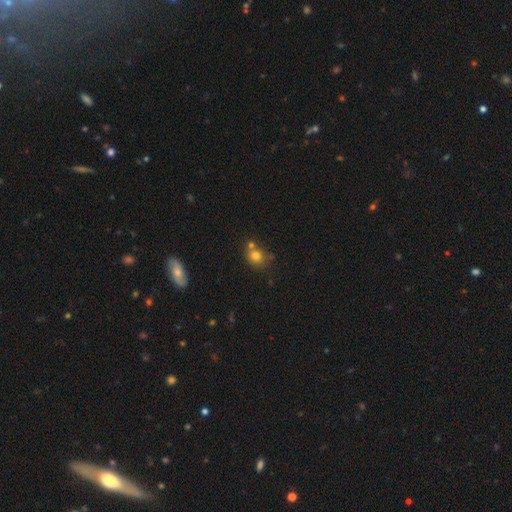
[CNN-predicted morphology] Smooth or featured? smooth (77%)
How rounded? round (76%)
Merging? none (56%)